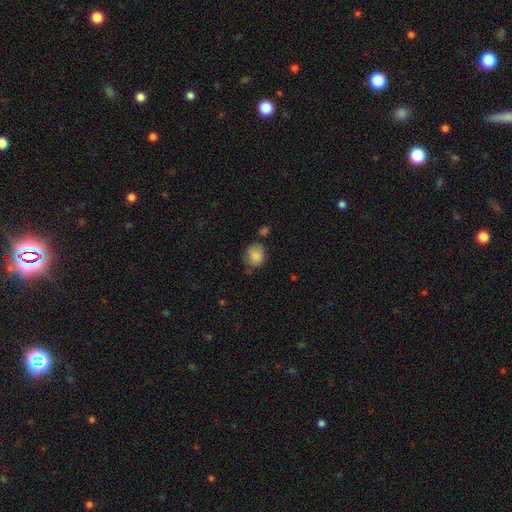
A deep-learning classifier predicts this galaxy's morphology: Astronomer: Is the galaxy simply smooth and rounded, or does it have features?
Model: smooth — 83%.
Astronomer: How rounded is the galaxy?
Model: round — 68%.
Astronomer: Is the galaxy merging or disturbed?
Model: none — 62%.